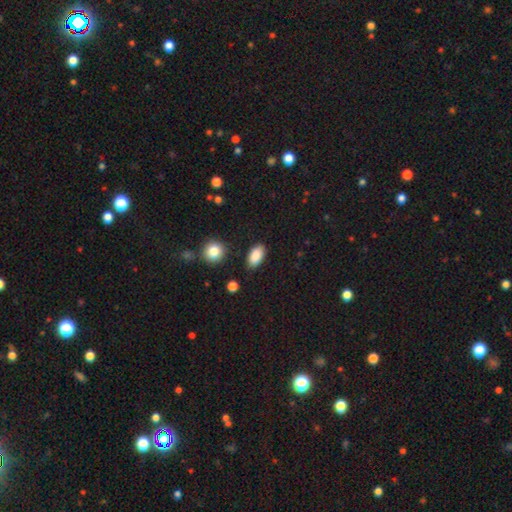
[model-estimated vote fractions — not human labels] smooth 88%, star or artifact 7%, featured or disk 4%. Down the decision tree: how rounded — in between (92%); merging — none (84%).